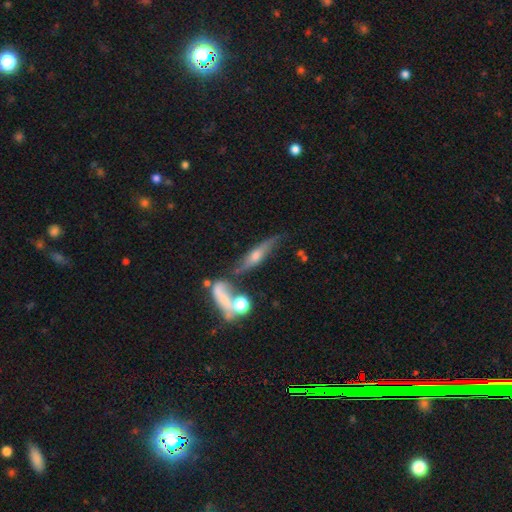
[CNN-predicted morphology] Smooth or featured? featured or disk (67%)
Edge-on disk? yes (80%)
Edge-on bulge? rounded (87%)
Merging? none (52%)